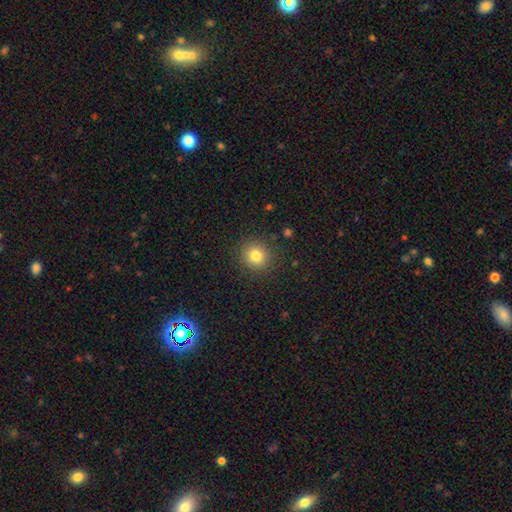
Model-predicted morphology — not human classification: Smooth or featured? Predicted: smooth (p=0.80). How rounded? Predicted: round (p=0.90). Merging? Predicted: none (p=0.89).